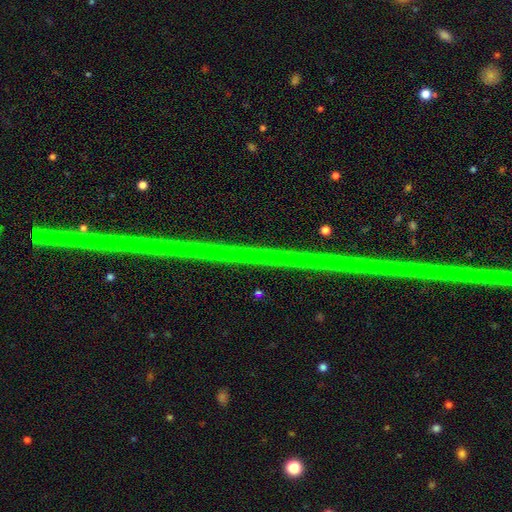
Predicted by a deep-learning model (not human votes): star or artifact 88%, featured or disk 8%, smooth 4%.